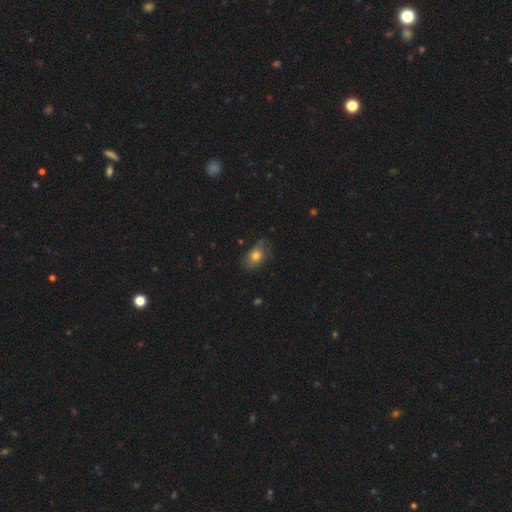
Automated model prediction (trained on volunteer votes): A smooth galaxy with no disk features (73%) that is in between round and cigar-shaped (80%). Merging: none (65%).